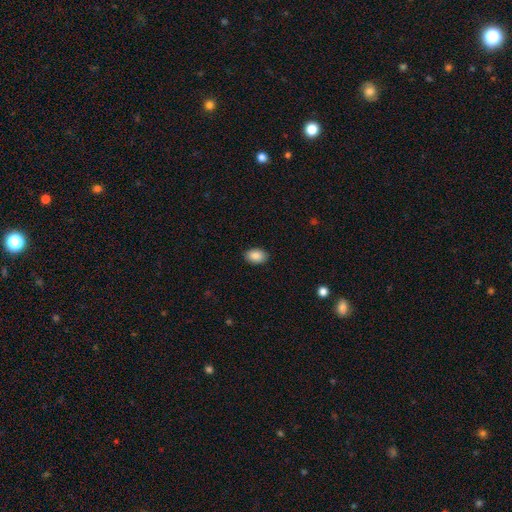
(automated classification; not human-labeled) Q: Smooth or featured?
A: smooth (88%); runner-up: star or artifact (7%)
Q: How rounded?
A: in between (85%); runner-up: round (14%)
Q: Merging?
A: none (89%); runner-up: minor disturbance (8%)